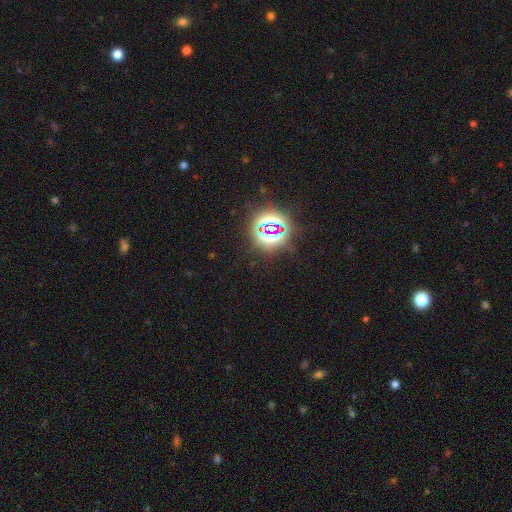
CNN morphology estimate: Q: Smooth or featured?
A: star or artifact (82%); runner-up: smooth (12%)